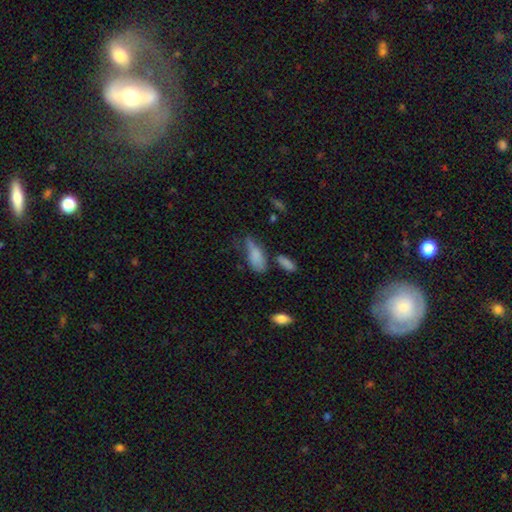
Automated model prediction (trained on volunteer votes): Morphology: type=smooth (76%); roundness=in between (79%); merging=minor disturbance (34%).